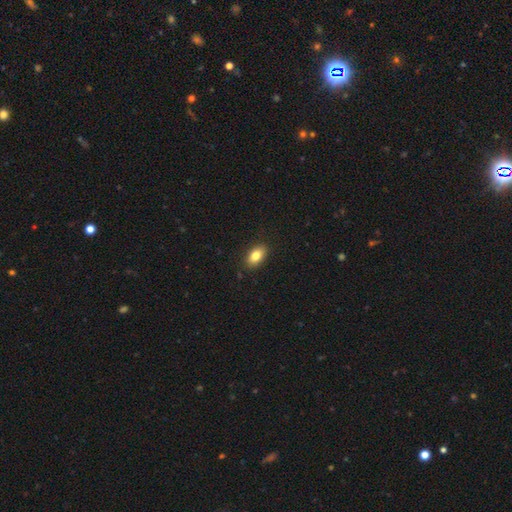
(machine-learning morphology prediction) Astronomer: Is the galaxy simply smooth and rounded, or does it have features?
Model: smooth — 82%.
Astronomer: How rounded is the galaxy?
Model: in between — 89%.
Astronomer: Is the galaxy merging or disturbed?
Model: none — 88%.